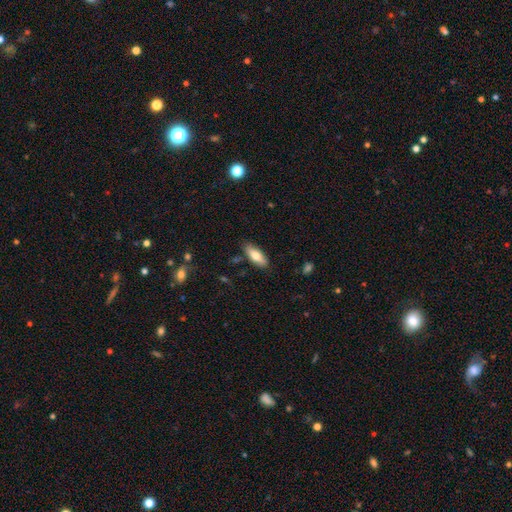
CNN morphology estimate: This is likely a smooth galaxy (73%). How rounded: likely in between (74%). Merging: clearly none (83%).